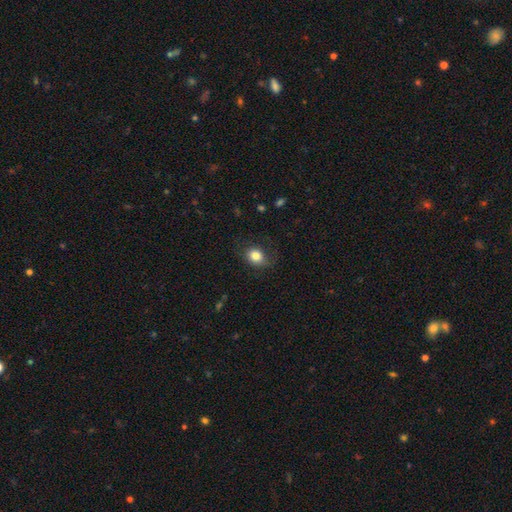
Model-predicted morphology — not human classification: type=smooth (82%); roundness=round (59%); merging=none (77%).